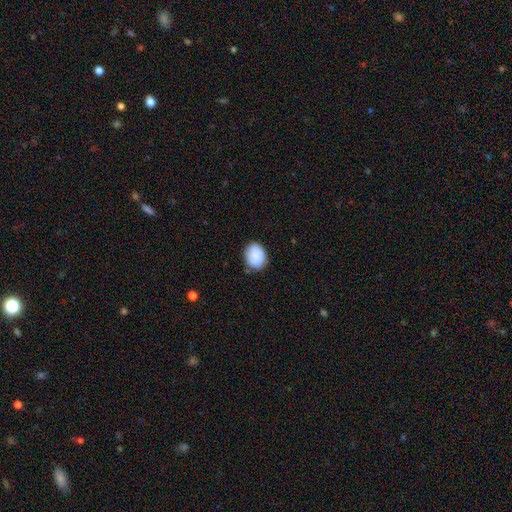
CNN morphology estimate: This appears to be a smooth galaxy with no disk features (88%) that is in between round and cigar-shaped (53%). Merging: none (80%).